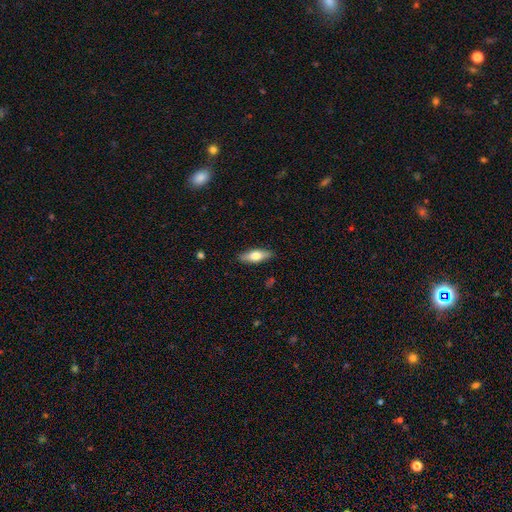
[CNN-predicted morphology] smooth 58%, featured or disk 36%, star or artifact 6%. Down the decision tree: how rounded — in between (56%); merging — none (88%).